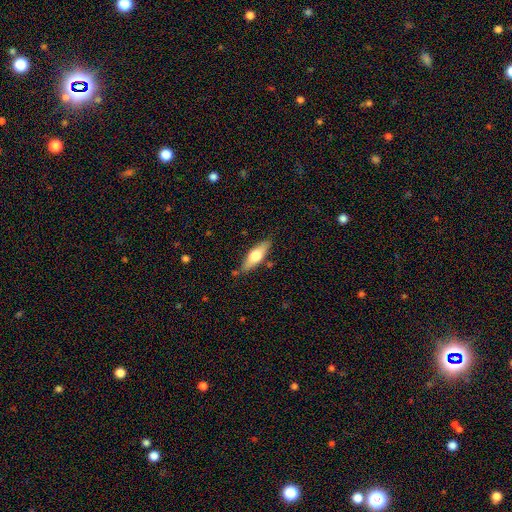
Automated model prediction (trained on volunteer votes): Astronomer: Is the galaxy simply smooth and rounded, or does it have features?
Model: smooth — 57% (runner-up: featured or disk, 37%).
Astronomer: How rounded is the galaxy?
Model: in between — 55% (runner-up: cigar-shaped, 43%).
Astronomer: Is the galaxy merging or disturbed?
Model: none — 80%.